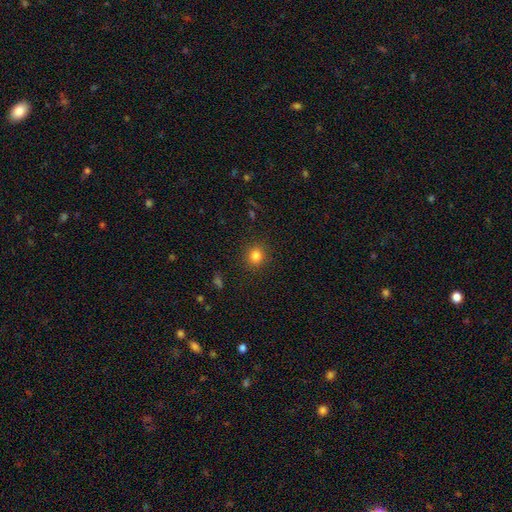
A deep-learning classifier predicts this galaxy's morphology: smooth-or-featured: smooth: 82% | star or artifact: 12% | featured or disk: 5%
  how-rounded: round: 82% | in between: 17% | cigar-shaped: 1%
  merging: none: 90% | minor disturbance: 7% | major disturbance: 3% | merger: 1%